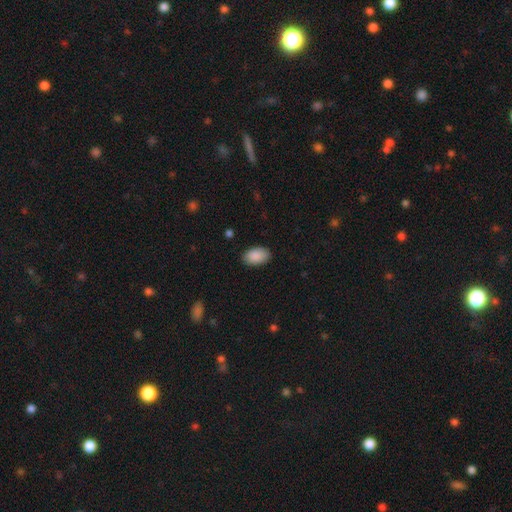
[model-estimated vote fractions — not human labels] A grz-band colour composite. It shows a smooth galaxy with no disk features (90%) that is in between round and cigar-shaped (93%). Merging: none (87%).